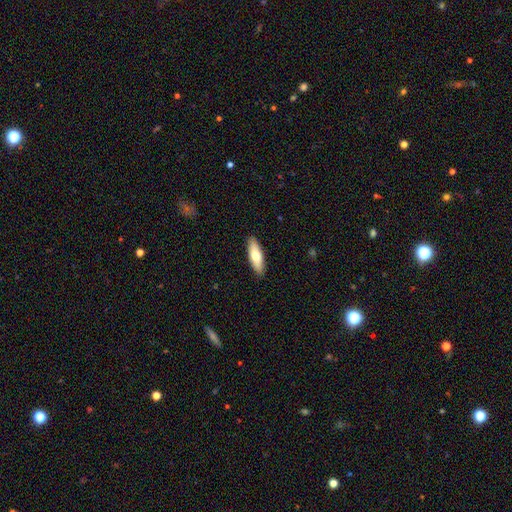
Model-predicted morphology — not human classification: This is likely a smooth galaxy (71%). How rounded: possibly cigar-shaped (50%). Merging: clearly none (90%).